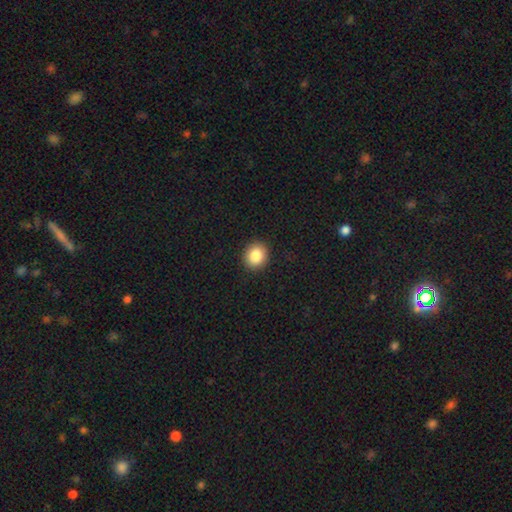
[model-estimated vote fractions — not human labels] This appears to be a smooth galaxy with no disk features (85%) that is round (74%). Merging: none (91%).